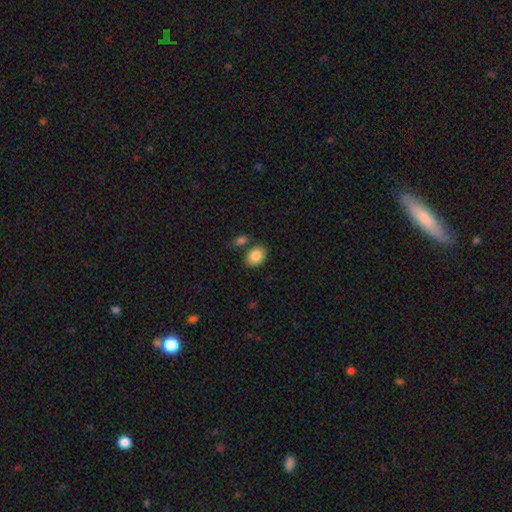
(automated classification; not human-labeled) This is clearly a smooth galaxy (85%). How rounded: likely in between (74%). Merging: likely none (72%).